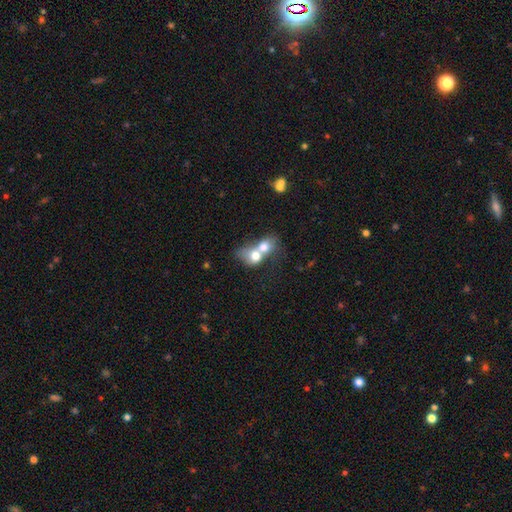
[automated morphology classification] smooth-or-featured: smooth: 67% | featured or disk: 24% | star or artifact: 8%
  how-rounded: in between: 53% | round: 45% | cigar-shaped: 2%
  merging: merger: 83% | none: 9% | major disturbance: 4% | minor disturbance: 4%